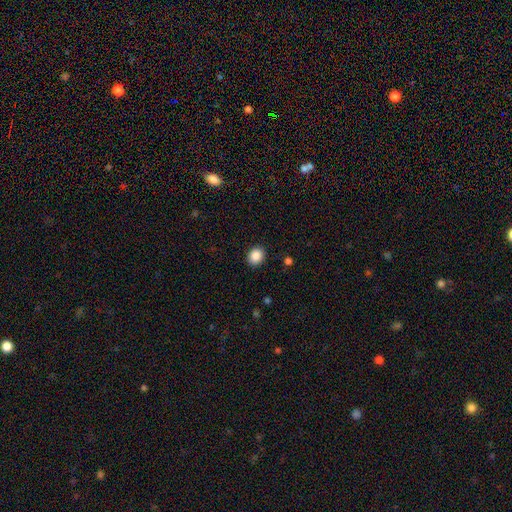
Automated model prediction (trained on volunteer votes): smooth 88%, star or artifact 9%, featured or disk 3%. Down the decision tree: how rounded — round (61%); merging — none (90%).